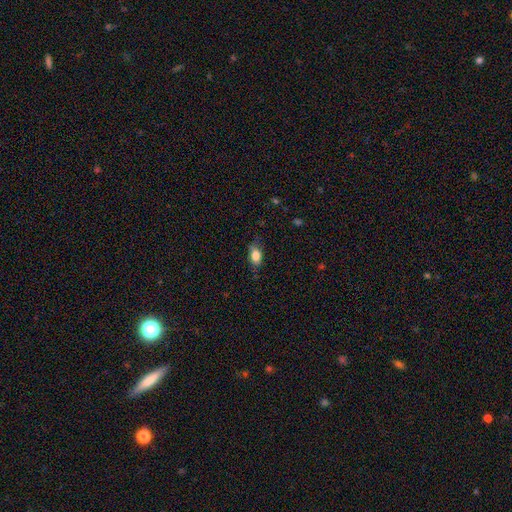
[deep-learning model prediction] Smooth or featured?
  - smooth: 83% *
  - featured or disk: 9%
  - star or artifact: 8%
How rounded?
  - in between: 84% *
  - round: 10%
  - cigar-shaped: 5%
Merging?
  - none: 72% *
  - minor disturbance: 22%
  - major disturbance: 5%
  - merger: 1%